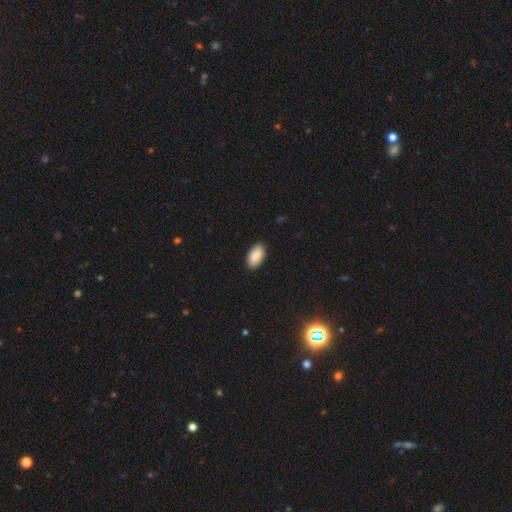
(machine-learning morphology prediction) This is clearly a smooth galaxy (90%). How rounded: clearly in between (95%). Merging: clearly none (90%).